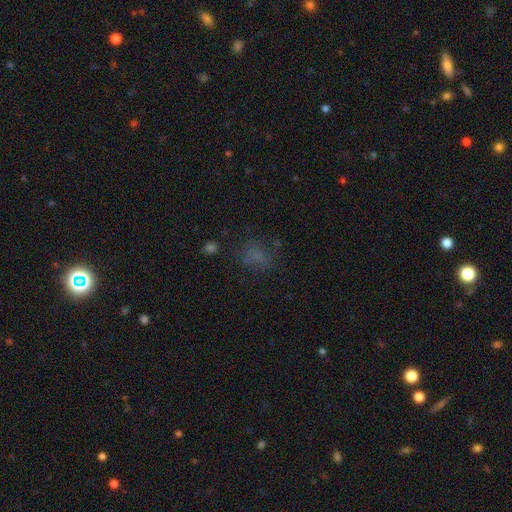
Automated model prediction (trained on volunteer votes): smooth_or_featured: smooth (p=0.60) [alt: star or artifact p=0.25]
how_rounded: in between (p=0.59) [alt: round p=0.39]
merging: none (p=0.61) [alt: minor disturbance p=0.20]